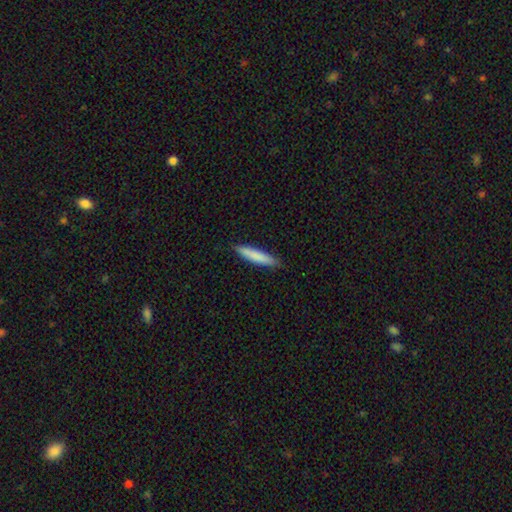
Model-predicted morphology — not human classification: smooth-or-featured: smooth: 81% | featured or disk: 13% | star or artifact: 6%
  how-rounded: cigar-shaped: 90% | in between: 9% | round: 1%
  merging: none: 88% | minor disturbance: 9% | major disturbance: 2% | merger: 1%